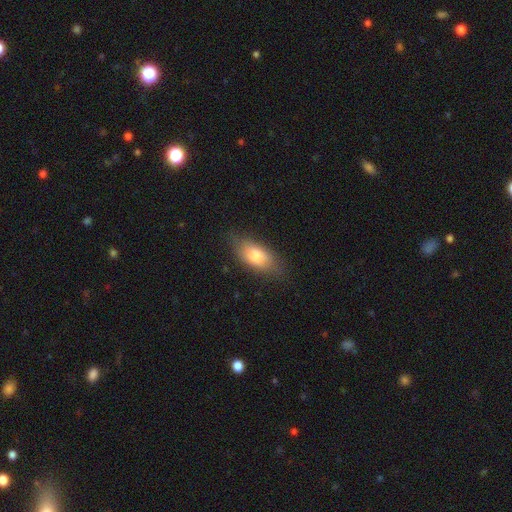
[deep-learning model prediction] This appears to be a smooth galaxy with no disk features (78%) that is in between round and cigar-shaped (86%). Merging: none (72%).